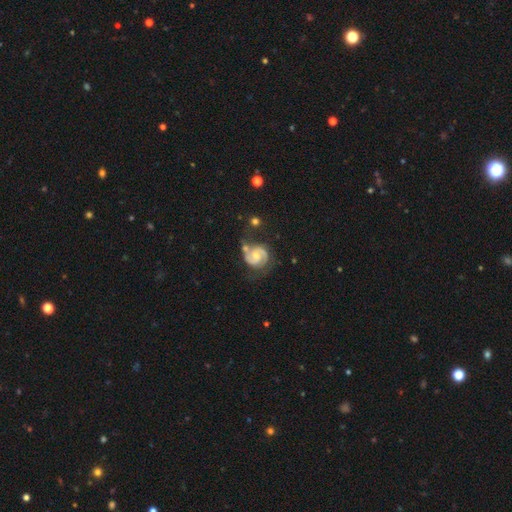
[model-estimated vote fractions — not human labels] This appears to be a featured or disk galaxy (86%) with no bar (60%), 2 (87%) tight (45%) spiral arms (97%) and a moderate central bulge (52%). Merging: none (57%).